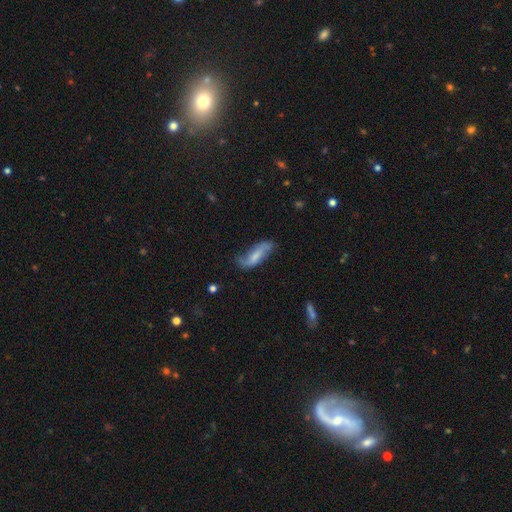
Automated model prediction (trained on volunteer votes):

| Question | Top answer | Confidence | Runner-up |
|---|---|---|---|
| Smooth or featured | featured or disk | 51% | smooth (42%) |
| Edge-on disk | no | 84% | yes (16%) |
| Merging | none | 53% | minor disturbance (31%) |